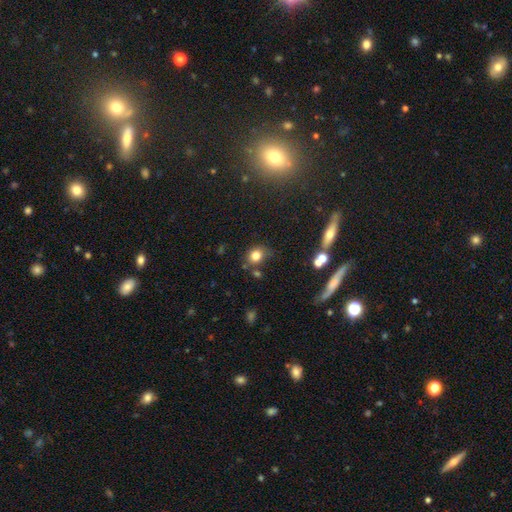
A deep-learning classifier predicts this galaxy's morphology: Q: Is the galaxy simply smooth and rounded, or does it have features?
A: smooth — 80%.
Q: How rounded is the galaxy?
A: round — 63%.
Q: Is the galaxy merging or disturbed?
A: none — 66%.